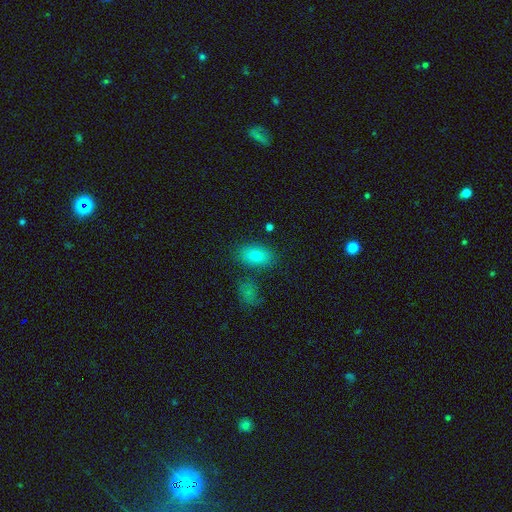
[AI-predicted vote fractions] This is likely a smooth galaxy (79%). How rounded: clearly in between (88%). Merging: likely none (76%).